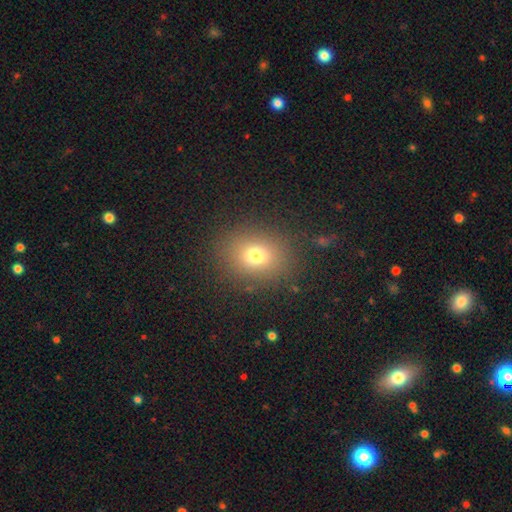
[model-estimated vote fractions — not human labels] Smooth or featured: smooth — 72% (star or artifact — 17%)
How rounded: round — 60% (in between — 39%)
Merging: none — 84% (minor disturbance — 9%)